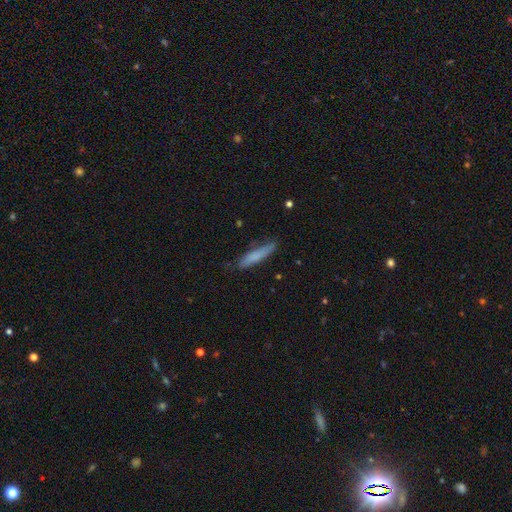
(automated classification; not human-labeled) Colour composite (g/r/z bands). It shows a smooth galaxy with no disk features (73%) that is cigar-shaped (89%). Merging: none (78%).